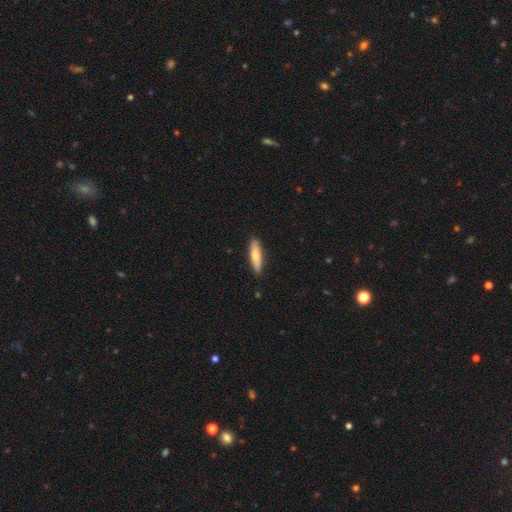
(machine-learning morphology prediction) The model was most divided on "how rounded": cigar-shaped: 71%, in between: 27%, round: 2%. More confident: merging — none (89%); smooth or featured — smooth (69%).